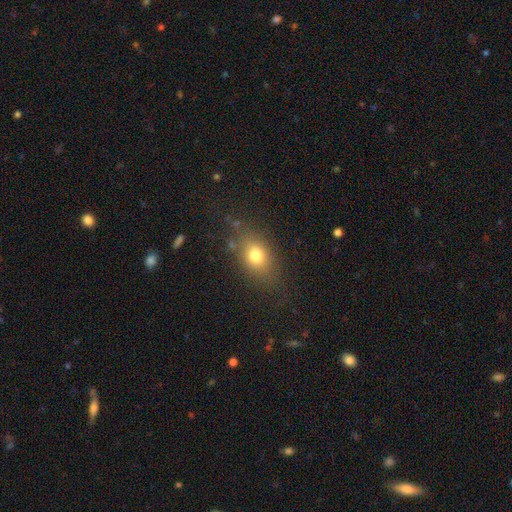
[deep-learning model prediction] Smooth or featured?
  - smooth: 75% *
  - star or artifact: 13%
  - featured or disk: 12%
How rounded?
  - in between: 65% *
  - round: 32%
  - cigar-shaped: 3%
Merging?
  - none: 76% *
  - minor disturbance: 15%
  - major disturbance: 7%
  - merger: 2%